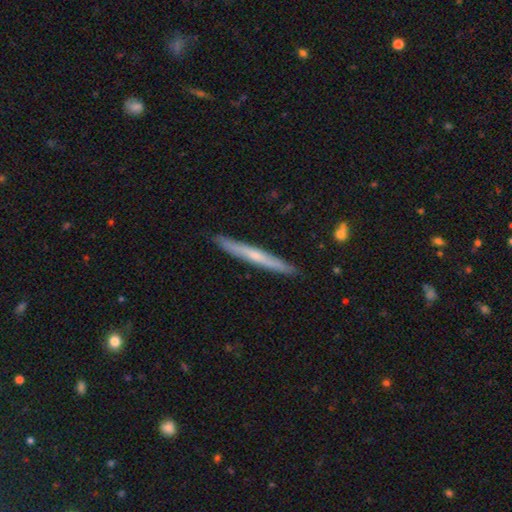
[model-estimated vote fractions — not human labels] Smooth or featured?
  - featured or disk: 49% *
  - smooth: 45%
  - star or artifact: 6%
Merging?
  - none: 91% *
  - minor disturbance: 7%
  - major disturbance: 1%
  - merger: 1%